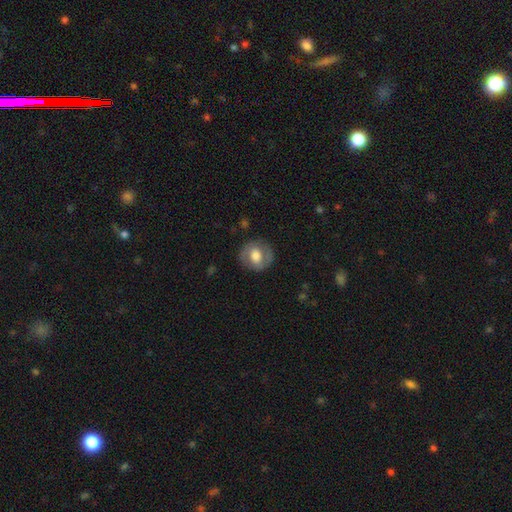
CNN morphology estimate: smooth 54%, featured or disk 39%, star or artifact 7%. Down the decision tree: how rounded — round (79%); merging — none (81%).